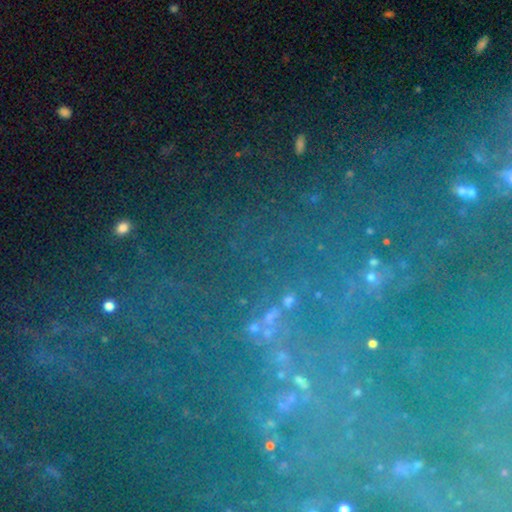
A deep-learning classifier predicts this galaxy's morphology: Smooth or featured: star or artifact — 55% (featured or disk — 31%)